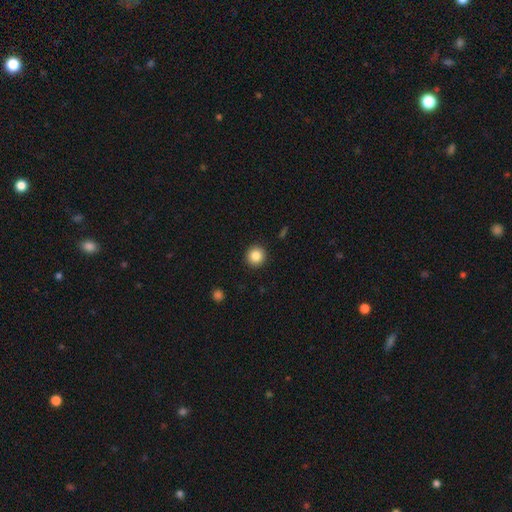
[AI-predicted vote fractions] Smooth or featured? smooth (85%)
How rounded? round (94%)
Merging? none (92%)